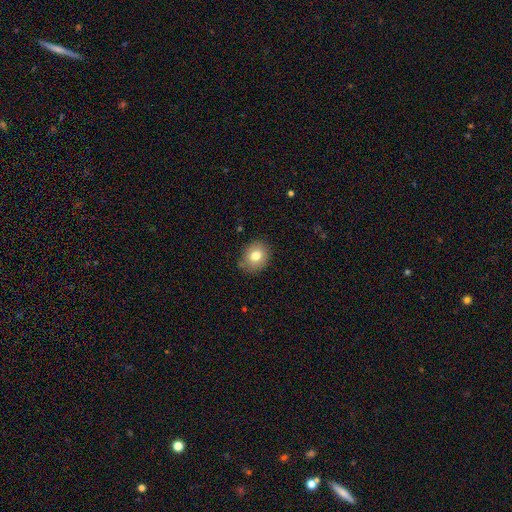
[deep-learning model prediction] A smooth galaxy with no disk features (78%) that is round (62%). Merging: none (83%).